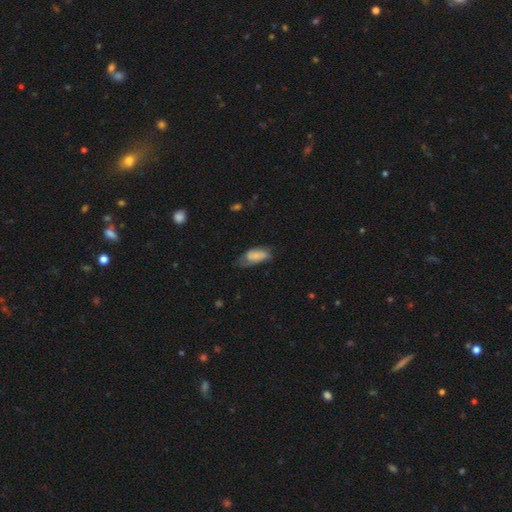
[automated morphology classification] This is likely a smooth galaxy (66%). How rounded: clearly in between (89%). Merging: marginally none (42%).